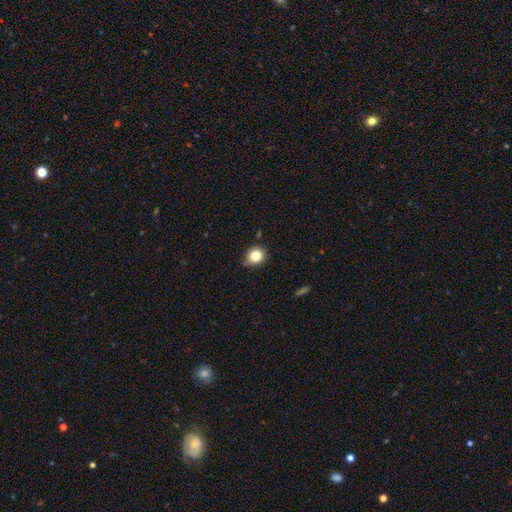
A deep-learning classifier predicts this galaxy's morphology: This is clearly a smooth galaxy (82%). How rounded: clearly round (83%). Merging: likely none (68%).